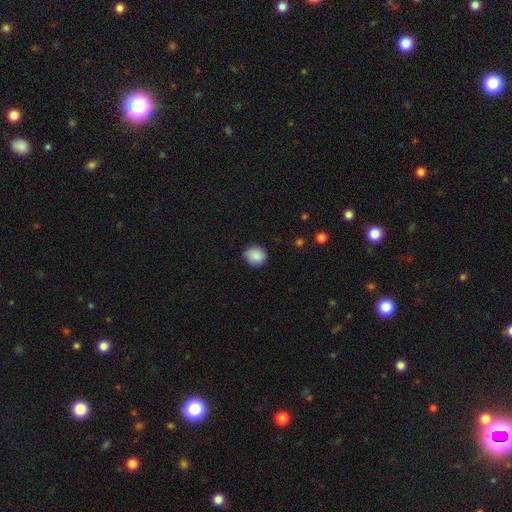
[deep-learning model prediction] Overall: smooth (87%). How rounded: round (79%). Merging: none (82%).